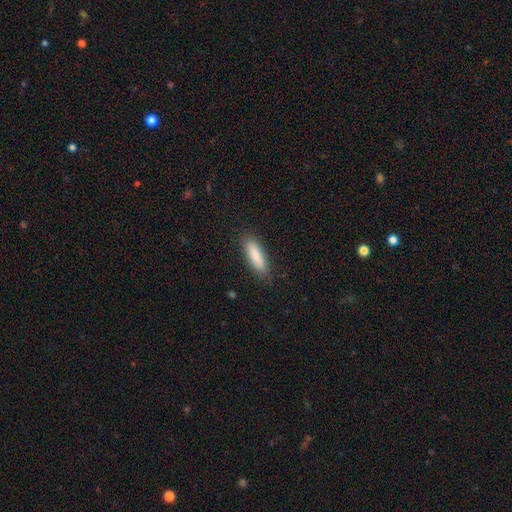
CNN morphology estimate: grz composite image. It shows a smooth galaxy with no disk features (81%) that is cigar-shaped (57%). Merging: none (86%).